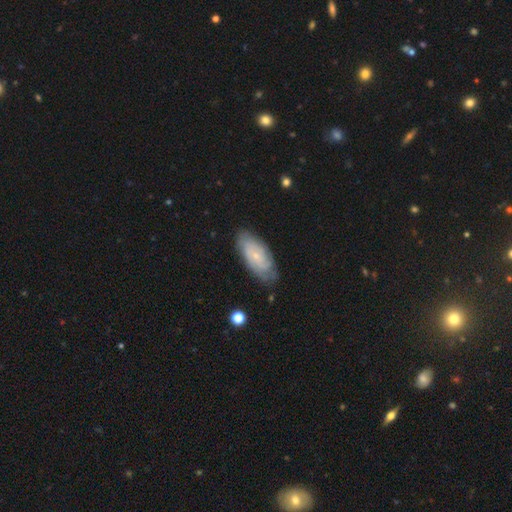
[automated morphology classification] Overall: featured or disk (63%; smooth 30%). Edge-on disk: no (91%). Bar: no (74%). Spiral arms: yes (86%). Bulge size: small (81%). Merging: none (75%).